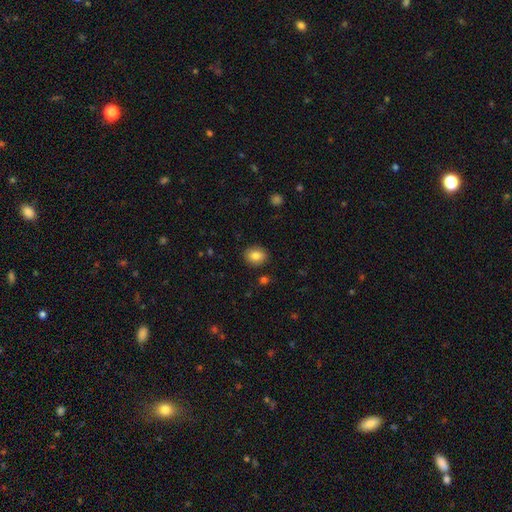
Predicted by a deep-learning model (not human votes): A smooth galaxy with no disk features (84%) that is round (60%). Merging: none (89%).